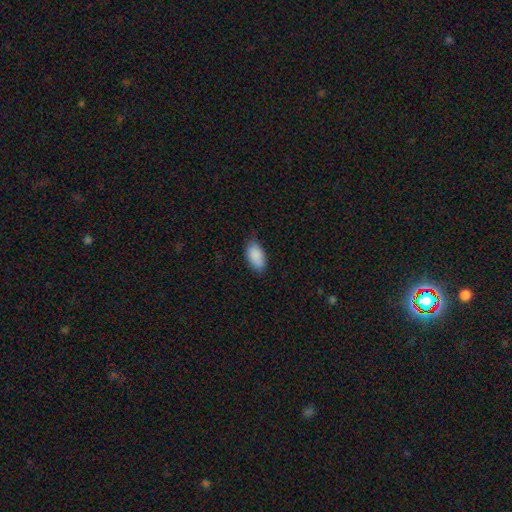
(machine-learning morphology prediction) smooth_or_featured: smooth (p=0.90) [alt: star or artifact p=0.06]
how_rounded: in between (p=0.94) [alt: cigar-shaped p=0.03]
merging: none (p=0.77) [alt: minor disturbance p=0.19]